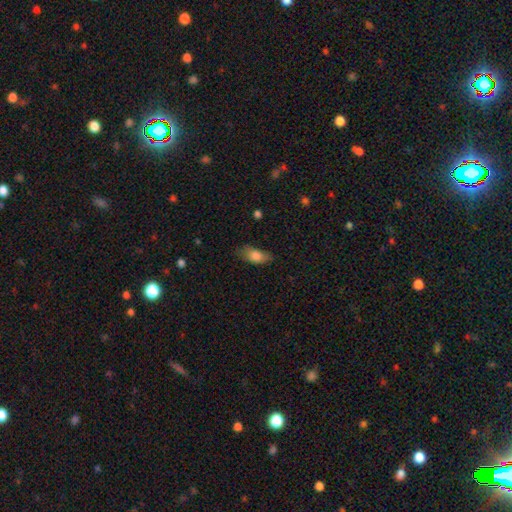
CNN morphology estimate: Q: Smooth or featured?
A: smooth (80%); runner-up: featured or disk (12%)
Q: How rounded?
A: in between (84%); runner-up: cigar-shaped (11%)
Q: Merging?
A: none (66%); runner-up: minor disturbance (25%)